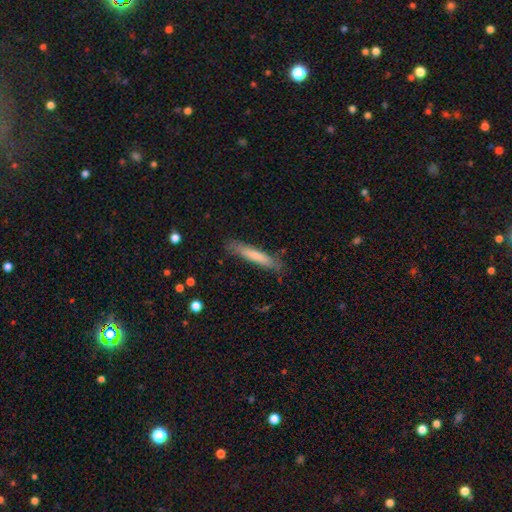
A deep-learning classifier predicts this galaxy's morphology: Overall: smooth (75%). How rounded: cigar-shaped (91%). Merging: none (81%).